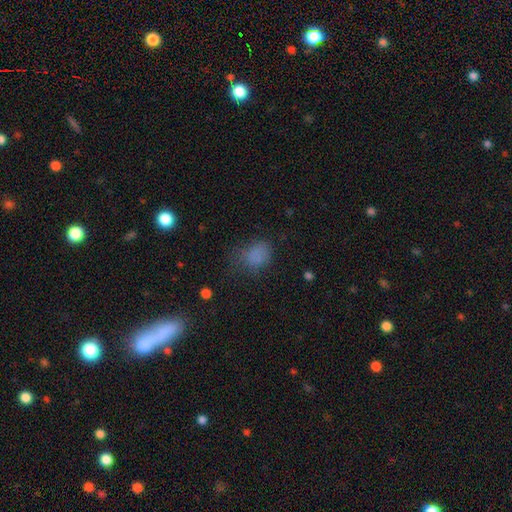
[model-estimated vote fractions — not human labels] Smooth or featured? smooth (75%)
How rounded? in between (65%)
Merging? none (48%)